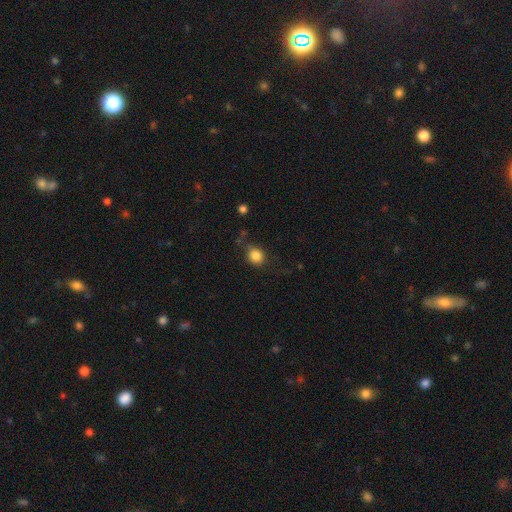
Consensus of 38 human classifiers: This appears to be a smooth galaxy with no disk features (79%) that is round (80%). Merging: none (51%).